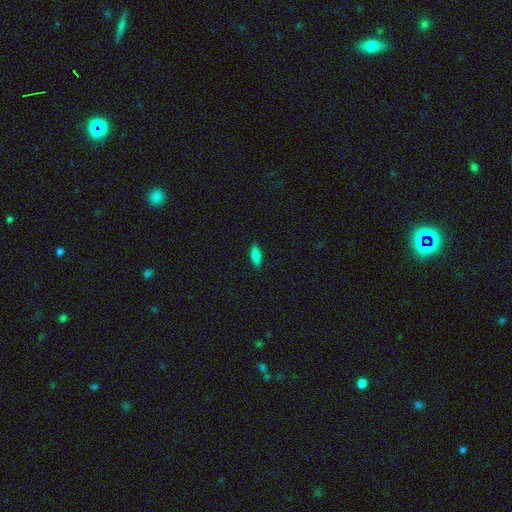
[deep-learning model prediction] A smooth galaxy with no disk features (80%) that is in between round and cigar-shaped (65%).

Vote fractions:
- Smooth or featured? smooth: 80% / featured or disk: 13% / star or artifact: 8%
- How rounded? in between: 65% / cigar-shaped: 32% / round: 2%
- Merging? none: 88% / minor disturbance: 9% / major disturbance: 2% / merger: 1%